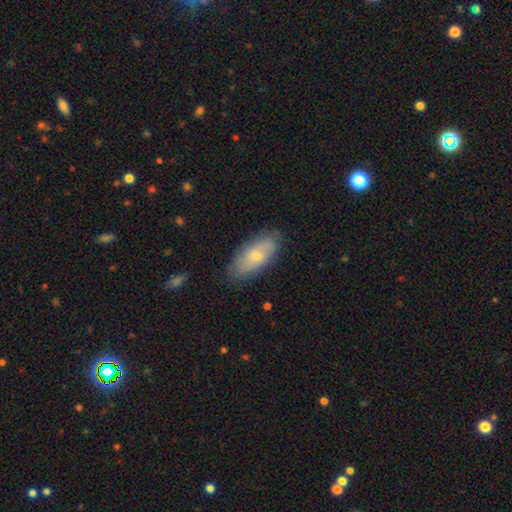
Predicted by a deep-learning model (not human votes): Smooth or featured?
  - smooth: 62% *
  - featured or disk: 31%
  - star or artifact: 7%
How rounded?
  - in between: 85% *
  - cigar-shaped: 13%
  - round: 3%
Merging?
  - none: 81% *
  - minor disturbance: 15%
  - major disturbance: 3%
  - merger: 1%